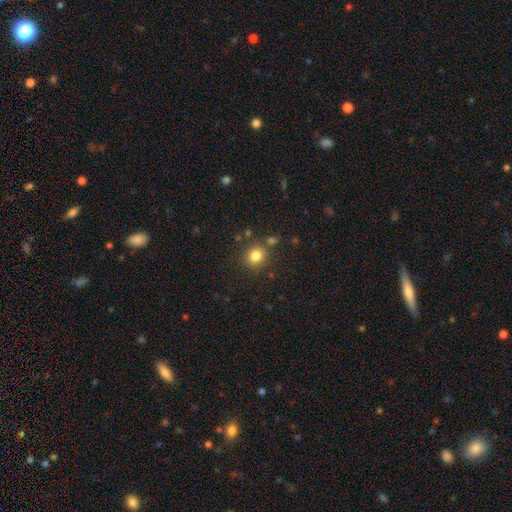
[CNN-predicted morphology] smooth_or_featured: smooth (p=0.82) [alt: star or artifact p=0.12]
how_rounded: round (p=0.81) [alt: in between p=0.18]
merging: none (p=0.81) [alt: minor disturbance p=0.09]